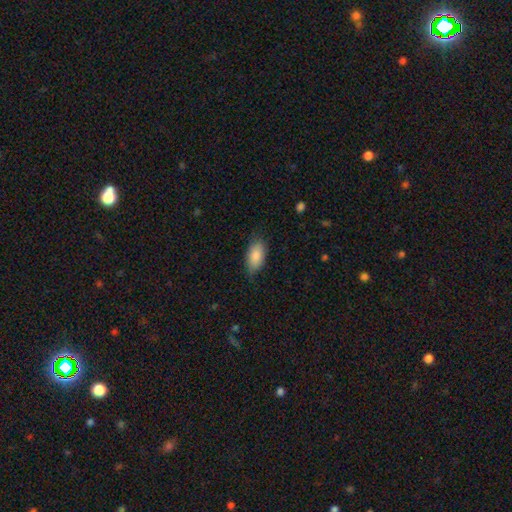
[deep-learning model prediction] The model was most divided on "merging": none: 76%, minor disturbance: 19%, major disturbance: 4%, merger: 1%. More confident: how rounded — in between (92%); smooth or featured — smooth (86%).